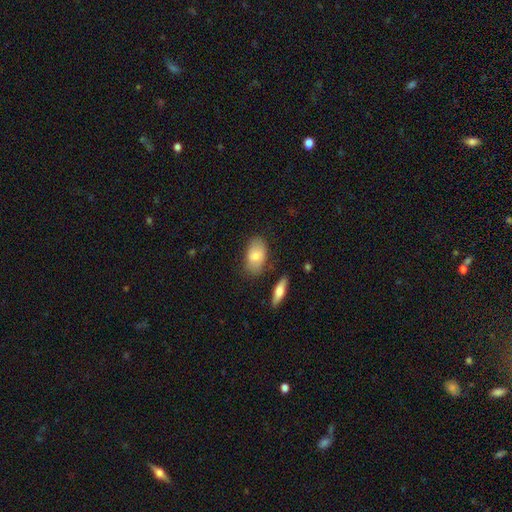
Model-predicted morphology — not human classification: This is likely a smooth galaxy (79%). How rounded: clearly in between (92%). Merging: likely none (73%).